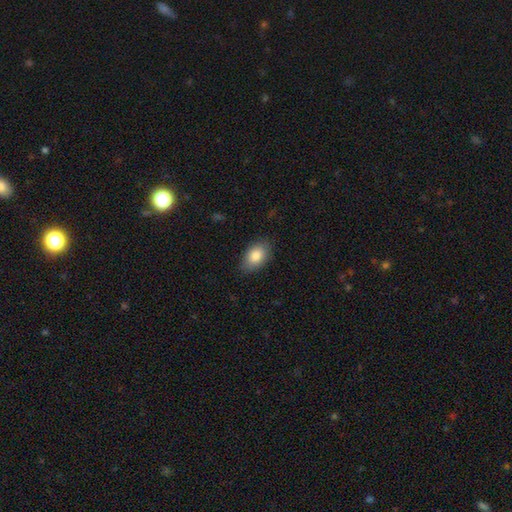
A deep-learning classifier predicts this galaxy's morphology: Smooth or featured?
  - smooth: 83% *
  - featured or disk: 9%
  - star or artifact: 8%
How rounded?
  - in between: 88% *
  - round: 10%
  - cigar-shaped: 2%
Merging?
  - none: 81% *
  - minor disturbance: 15%
  - major disturbance: 3%
  - merger: 1%